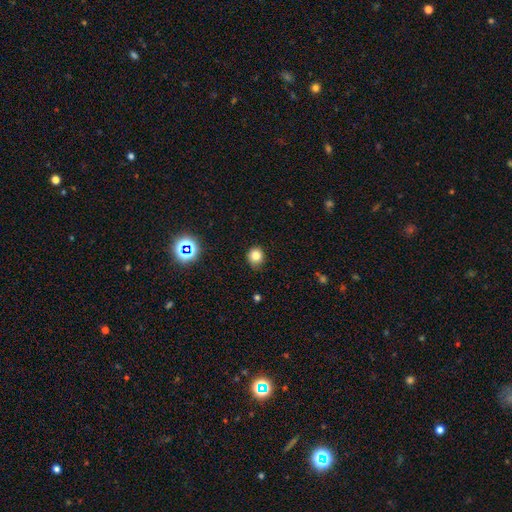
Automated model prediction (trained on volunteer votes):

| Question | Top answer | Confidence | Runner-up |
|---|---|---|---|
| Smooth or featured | smooth | 79% | star or artifact (15%) |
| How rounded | round | 78% | in between (21%) |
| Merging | none | 84% | minor disturbance (12%) |